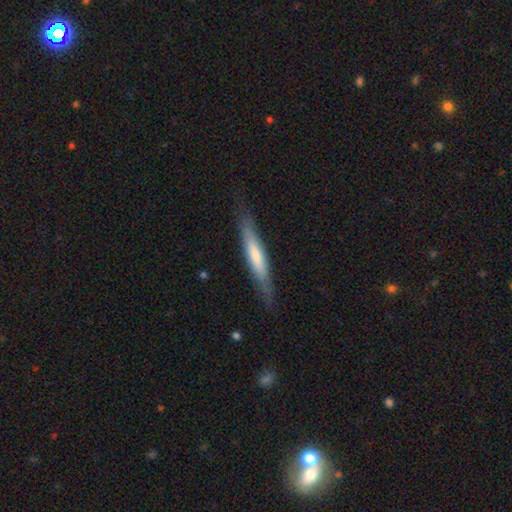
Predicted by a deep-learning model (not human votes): Smooth or featured?
  - smooth: 57% *
  - featured or disk: 38%
  - star or artifact: 5%
How rounded?
  - cigar-shaped: 92% *
  - in between: 7%
  - round: 1%
Merging?
  - none: 83% *
  - minor disturbance: 13%
  - major disturbance: 3%
  - merger: 1%